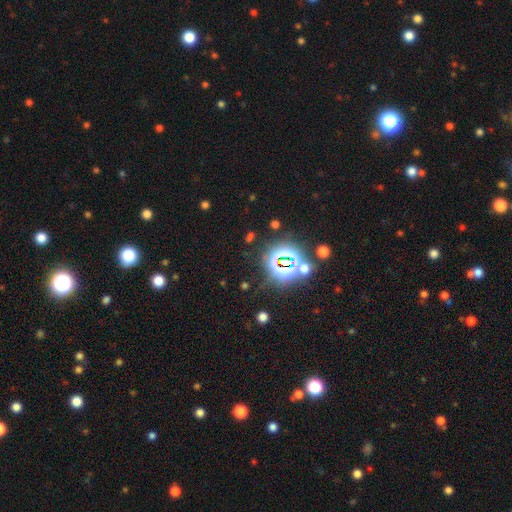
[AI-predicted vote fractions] A star or artifact, not a galaxy (84%).

Vote fractions:
- Smooth or featured? star or artifact: 84% / smooth: 10% / featured or disk: 7%